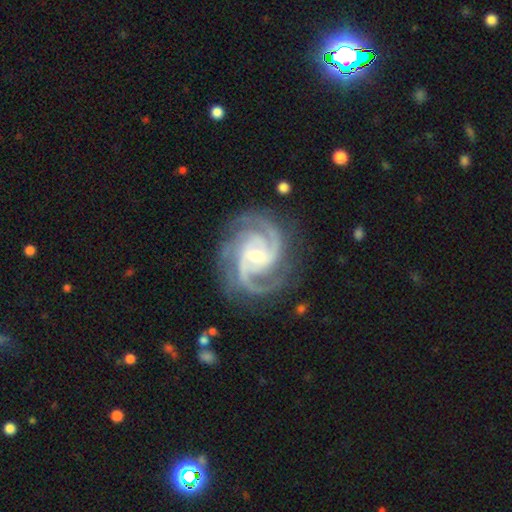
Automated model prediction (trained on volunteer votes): Q: Smooth or featured?
A: featured or disk (94%); runner-up: star or artifact (4%)
Q: Edge-on disk?
A: no (98%); runner-up: yes (2%)
Q: Bar?
A: no (48%); runner-up: weak (38%)
Q: Spiral arms?
A: yes (99%); runner-up: no (1%)
Q: Spiral winding?
A: tight (51%); runner-up: medium (44%)
Q: Spiral arm count?
A: 3 (51%); runner-up: 2 (24%)
Q: Bulge size?
A: small (59%); runner-up: moderate (37%)
Q: Merging?
A: none (78%); runner-up: minor disturbance (15%)